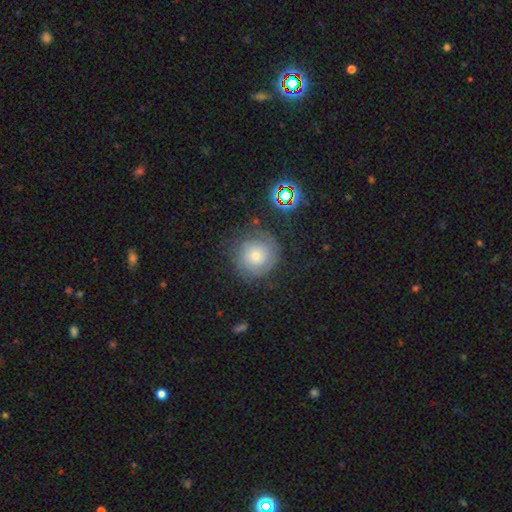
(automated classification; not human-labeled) Morphology: type=featured or disk (43%); merging=none (76%).